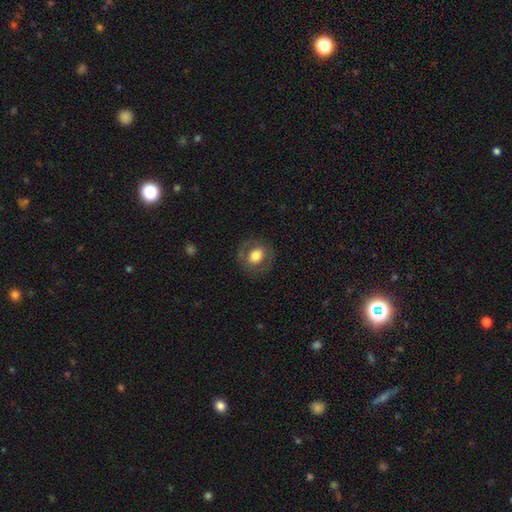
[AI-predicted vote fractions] A smooth galaxy with no disk features (62%) that is round (78%).

Vote fractions:
- Smooth or featured? smooth: 62% / featured or disk: 31% / star or artifact: 8%
- How rounded? round: 78% / in between: 21% / cigar-shaped: 1%
- Merging? none: 81% / minor disturbance: 11% / major disturbance: 6% / merger: 1%